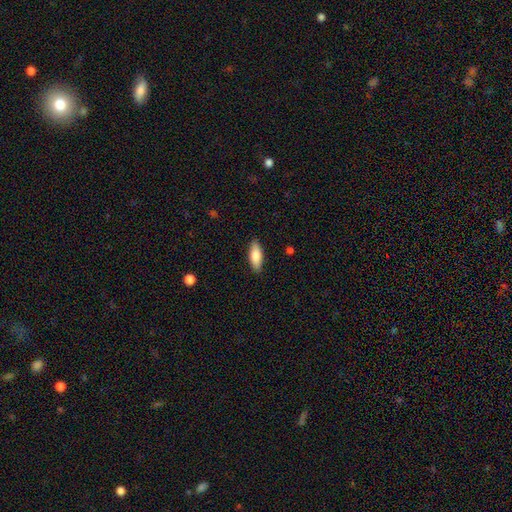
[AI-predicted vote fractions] Overall: smooth (83%). How rounded: in between (70%). Merging: none (88%).